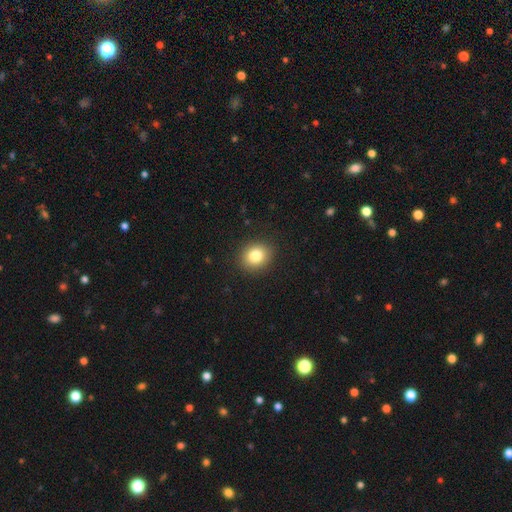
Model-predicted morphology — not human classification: Smooth or featured?
  - smooth: 82% *
  - star or artifact: 10%
  - featured or disk: 7%
How rounded?
  - round: 72% *
  - in between: 27%
  - cigar-shaped: 1%
Merging?
  - none: 90% *
  - minor disturbance: 7%
  - major disturbance: 2%
  - merger: 1%